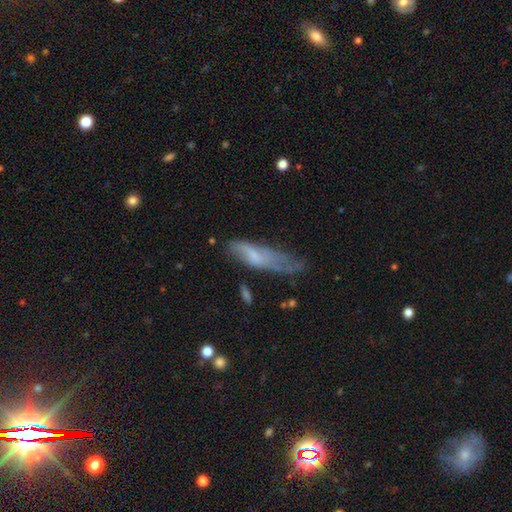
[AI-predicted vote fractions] Morphology: type=smooth (56%); roundness=cigar-shaped (59%); merging=minor disturbance (35%).